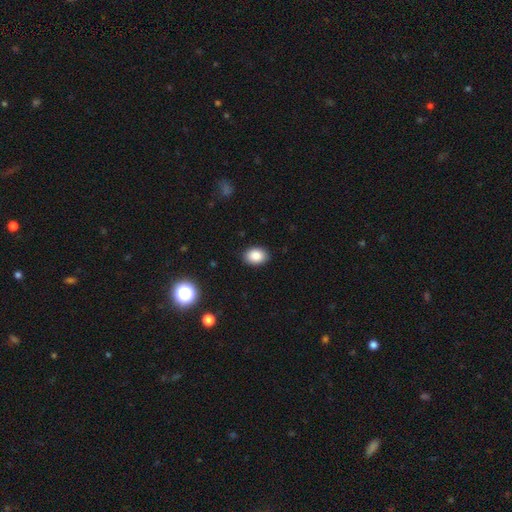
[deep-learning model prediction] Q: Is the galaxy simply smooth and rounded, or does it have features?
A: smooth — 87%.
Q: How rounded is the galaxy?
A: in between — 74%.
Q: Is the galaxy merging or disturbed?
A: none — 88%.